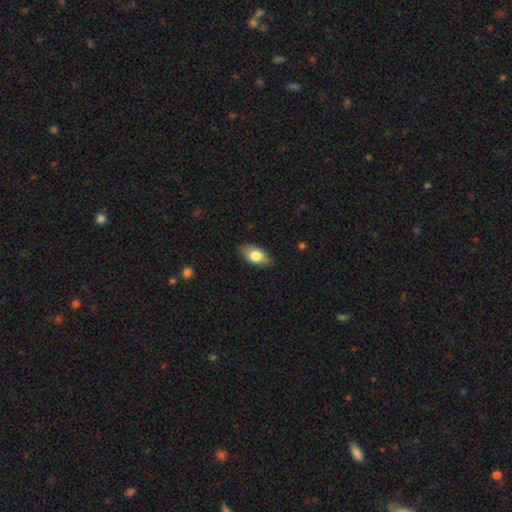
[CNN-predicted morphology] Overall: smooth (79%). How rounded: in between (92%). Merging: none (86%).